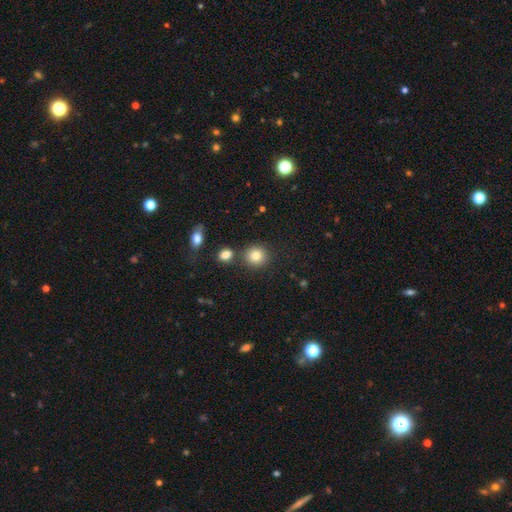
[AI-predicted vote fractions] smooth 82%, star or artifact 11%, featured or disk 8%. Down the decision tree: how rounded — round (88%); merging — none (81%).